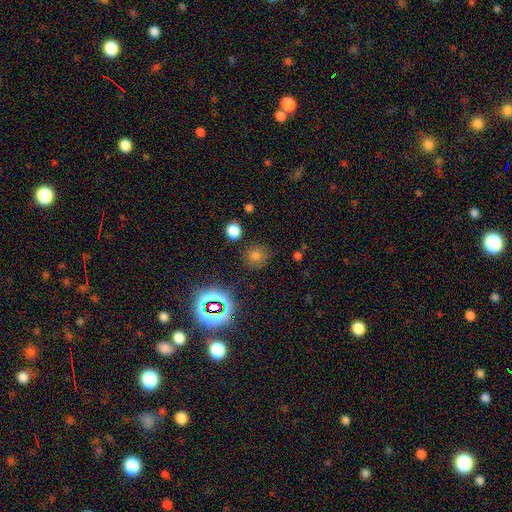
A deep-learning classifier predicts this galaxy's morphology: Smooth or featured?
  - smooth: 59% *
  - star or artifact: 34%
  - featured or disk: 7%
How rounded?
  - round: 89% *
  - in between: 10%
  - cigar-shaped: 1%
Merging?
  - none: 84% *
  - minor disturbance: 9%
  - major disturbance: 4%
  - merger: 3%